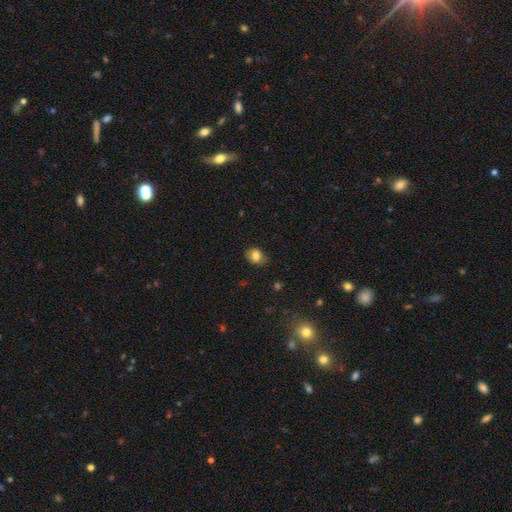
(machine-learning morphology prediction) A smooth galaxy with no disk features (81%) that is in between round and cigar-shaped (54%). Merging: none (72%).